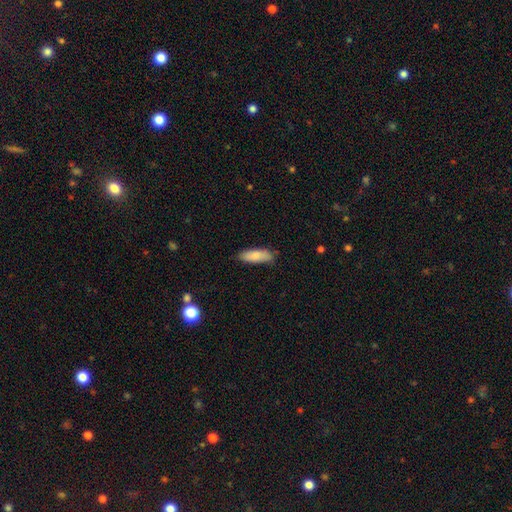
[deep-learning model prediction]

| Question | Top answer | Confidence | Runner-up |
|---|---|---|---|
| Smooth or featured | smooth | 85% | featured or disk (9%) |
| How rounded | in between | 56% | cigar-shaped (42%) |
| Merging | none | 81% | minor disturbance (15%) |